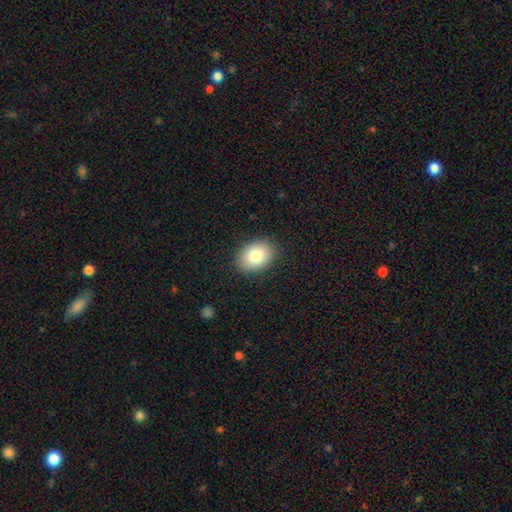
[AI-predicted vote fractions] This appears to be a smooth galaxy with no disk features (83%) that is in between round and cigar-shaped (69%). Merging: none (88%).